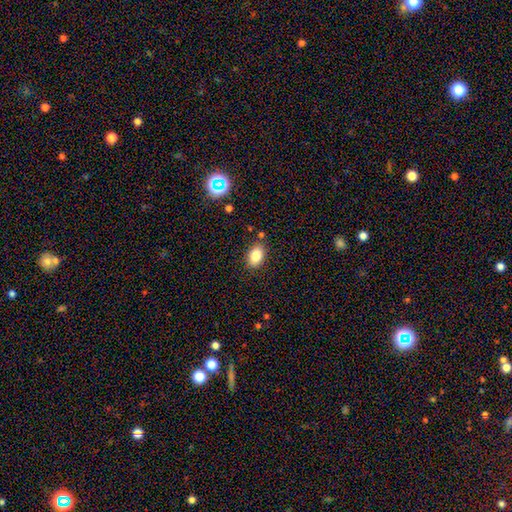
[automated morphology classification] Overall: smooth (85%). How rounded: in between (88%). Merging: none (83%).